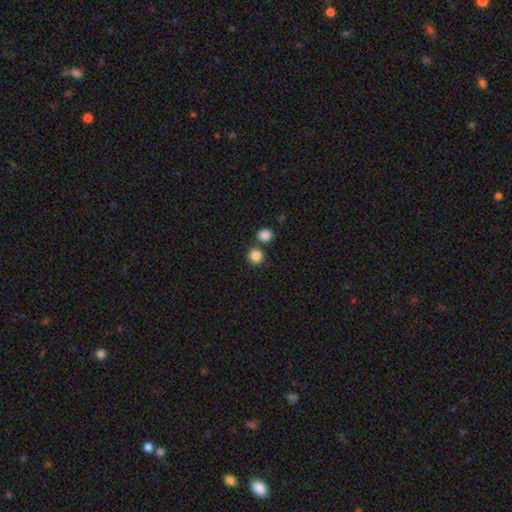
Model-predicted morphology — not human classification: smooth-or-featured: smooth: 85% | star or artifact: 11% | featured or disk: 4%
  how-rounded: round: 92% | in between: 7% | cigar-shaped: 1%
  merging: none: 74% | merger: 17% | minor disturbance: 7% | major disturbance: 2%